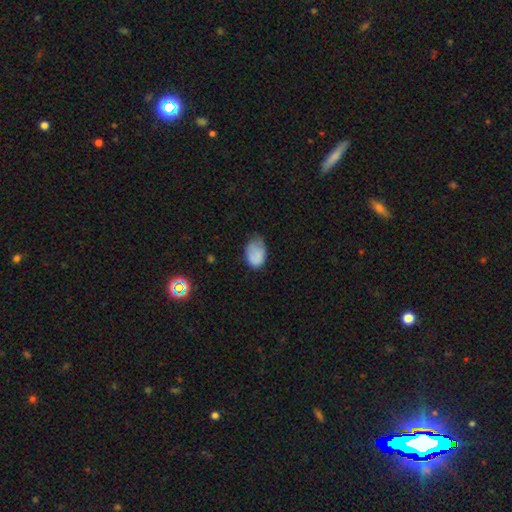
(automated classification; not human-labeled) The model was most divided on "merging": minor disturbance: 43%, none: 41%, major disturbance: 14%, merger: 2%. More confident: how rounded — in between (85%); smooth or featured — smooth (81%).